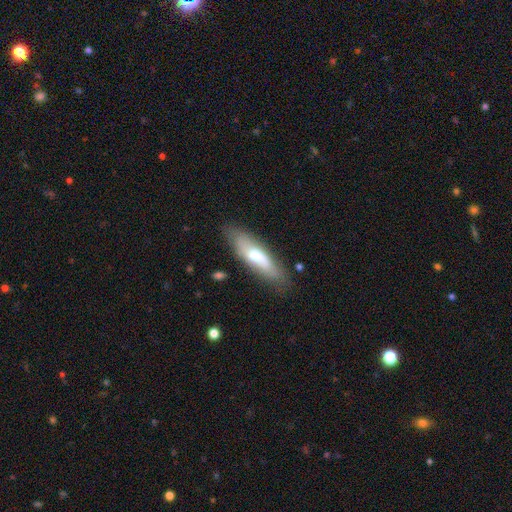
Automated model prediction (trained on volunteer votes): Morphology: type=smooth (55%); roundness=cigar-shaped (52%); merging=none (74%).